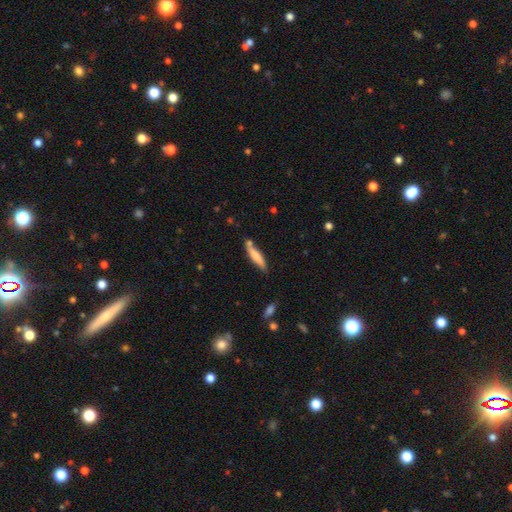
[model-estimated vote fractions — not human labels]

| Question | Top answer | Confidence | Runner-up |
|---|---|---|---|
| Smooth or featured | smooth | 73% | featured or disk (21%) |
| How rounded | cigar-shaped | 82% | in between (17%) |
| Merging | none | 69% | minor disturbance (18%) |